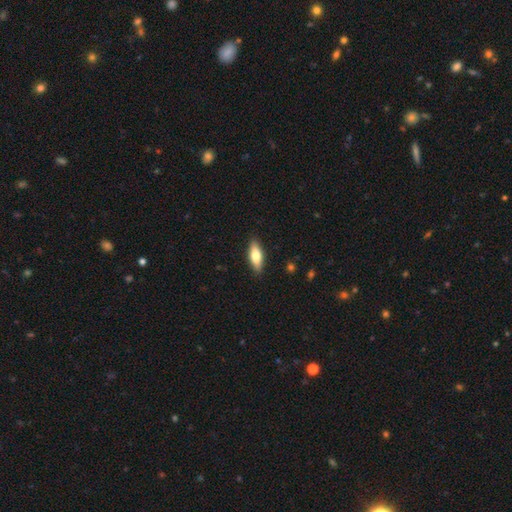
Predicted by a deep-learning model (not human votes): A smooth galaxy with no disk features (65%) that is in between round and cigar-shaped (64%). Merging: none (88%).